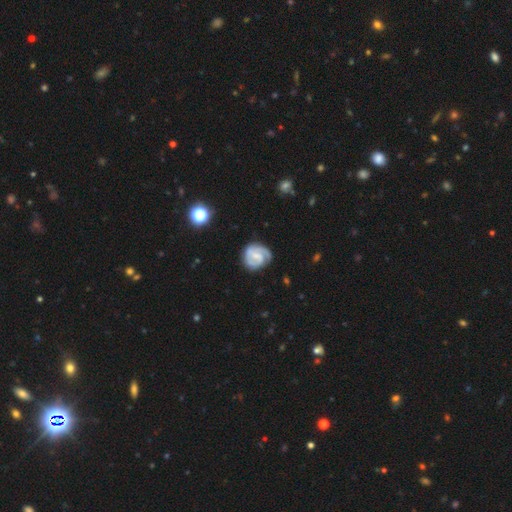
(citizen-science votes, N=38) Q: Smooth or featured?
A: featured or disk (76%); runner-up: smooth (18%)
Q: Edge-on disk?
A: no (100%)
Q: Bar?
A: weak (72%); runner-up: no (17%)
Q: Spiral arms?
A: yes (100%)
Q: Spiral winding?
A: tight (69%); runner-up: medium (28%)
Q: Spiral arm count?
A: 2 (66%); runner-up: 1 (28%)
Q: Bulge size?
A: small (52%); runner-up: none (38%)
Q: Merging?
A: none (72%); runner-up: minor disturbance (14%)